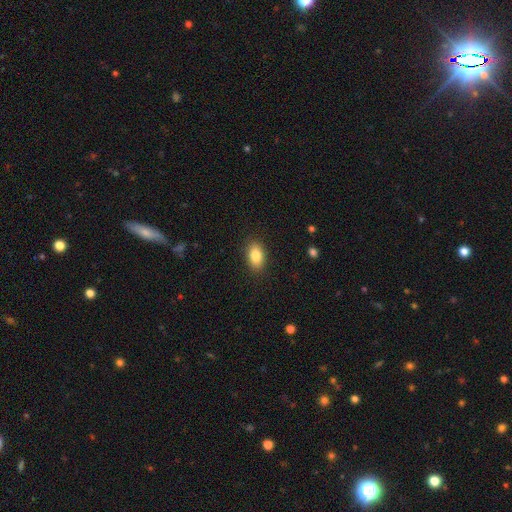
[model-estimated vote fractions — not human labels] Morphology: type=smooth (85%); roundness=in between (89%); merging=none (88%).